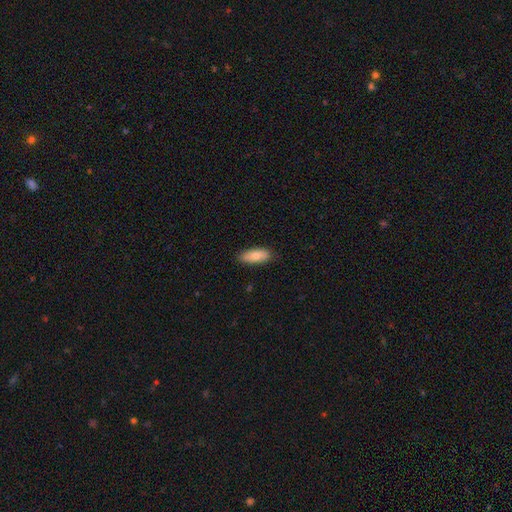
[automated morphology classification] A smooth galaxy with no disk features (78%) that is in between round and cigar-shaped (79%).

Vote fractions:
- Smooth or featured? smooth: 78% / featured or disk: 16% / star or artifact: 6%
- How rounded? in between: 79% / cigar-shaped: 19% / round: 2%
- Merging? none: 86% / minor disturbance: 11% / major disturbance: 2% / merger: 1%